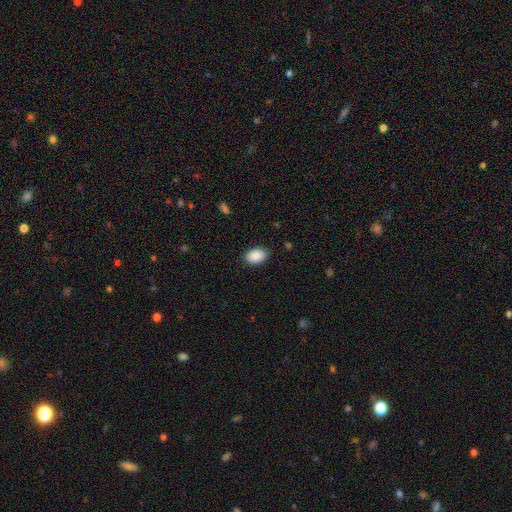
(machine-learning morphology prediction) Smooth or featured: smooth — 90% (star or artifact — 7%)
How rounded: in between — 88% (round — 11%)
Merging: none — 87% (minor disturbance — 10%)